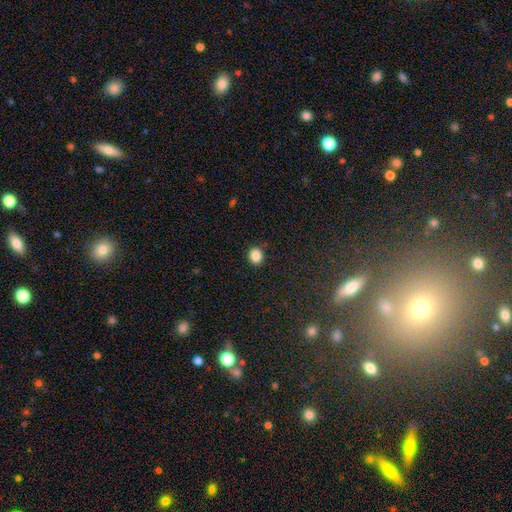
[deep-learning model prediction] smooth-or-featured: smooth: 86% | star or artifact: 10% | featured or disk: 4%
  how-rounded: round: 69% | in between: 30% | cigar-shaped: 1%
  merging: none: 88% | minor disturbance: 8% | major disturbance: 2% | merger: 1%